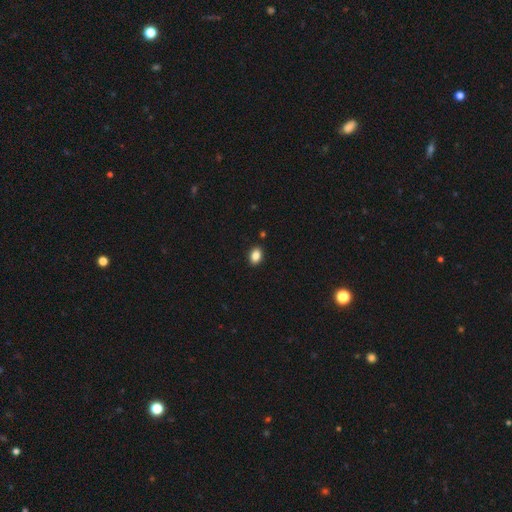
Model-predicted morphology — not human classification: type=smooth (86%); roundness=in between (80%); merging=none (90%).